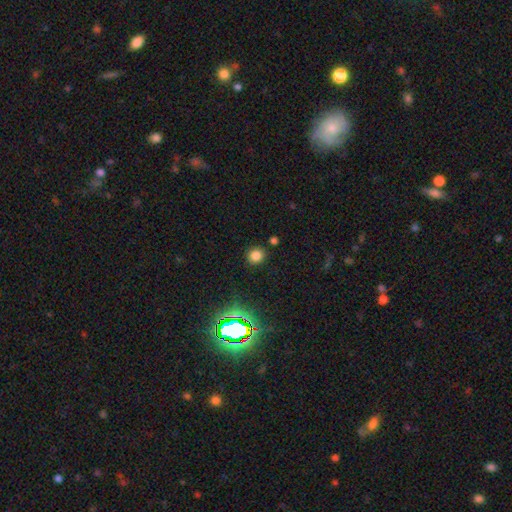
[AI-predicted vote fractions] Smooth or featured: smooth — 76% (star or artifact — 18%)
How rounded: round — 86% (in between — 13%)
Merging: none — 87% (minor disturbance — 7%)